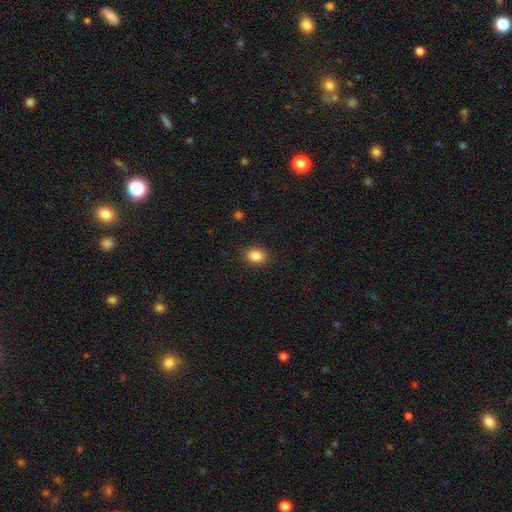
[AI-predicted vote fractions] The model was most divided on "how rounded": in between: 66%, round: 33%, cigar-shaped: 1%. More confident: merging — none (89%); smooth or featured — smooth (85%).